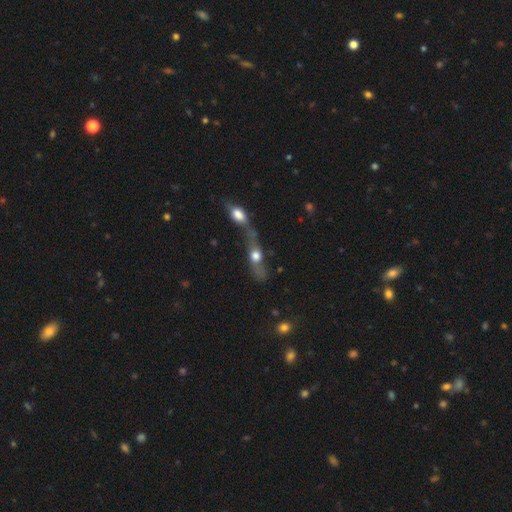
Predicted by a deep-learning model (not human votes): smooth-or-featured: smooth: 50% | featured or disk: 39% | star or artifact: 11%
  how-rounded: in between: 48% | cigar-shaped: 32% | round: 20%
  merging: merger: 66% | none: 18% | major disturbance: 9% | minor disturbance: 7%